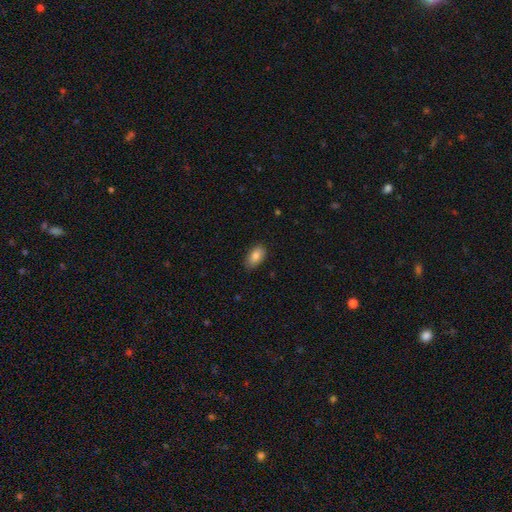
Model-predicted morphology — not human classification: Smooth or featured: smooth — 84% (featured or disk — 9%)
How rounded: in between — 93% (round — 5%)
Merging: none — 82% (minor disturbance — 14%)